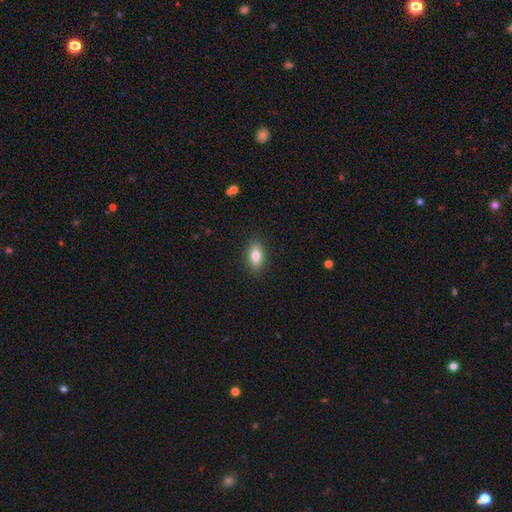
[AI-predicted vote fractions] Overall: smooth (82%). How rounded: in between (87%). Merging: none (89%).